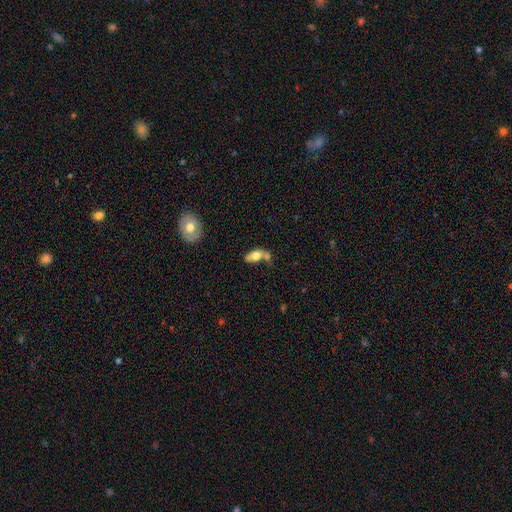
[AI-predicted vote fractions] Smooth or featured: smooth — 68% (featured or disk — 24%)
How rounded: in between — 84% (round — 10%)
Merging: merger — 46% (none — 28%)